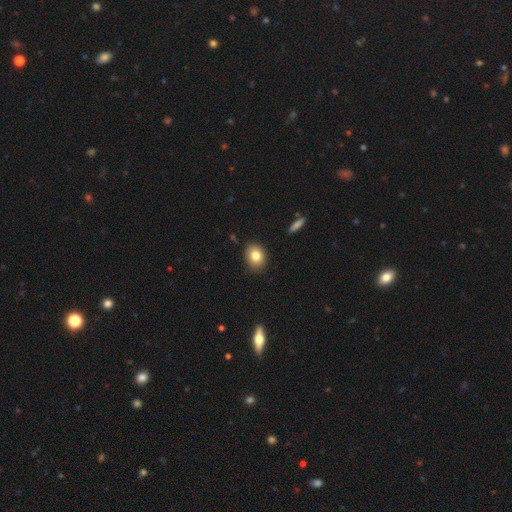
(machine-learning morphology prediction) type=smooth (80%); roundness=round (52%); merging=none (85%).